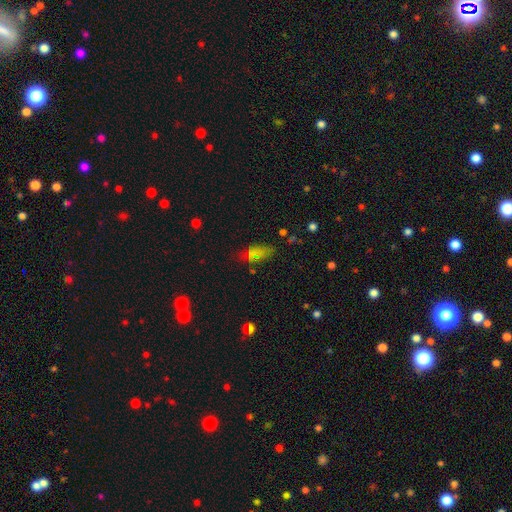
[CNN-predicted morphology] This appears to be a smooth galaxy with no disk features (58%) that is in between round and cigar-shaped (80%). Merging: none (61%).